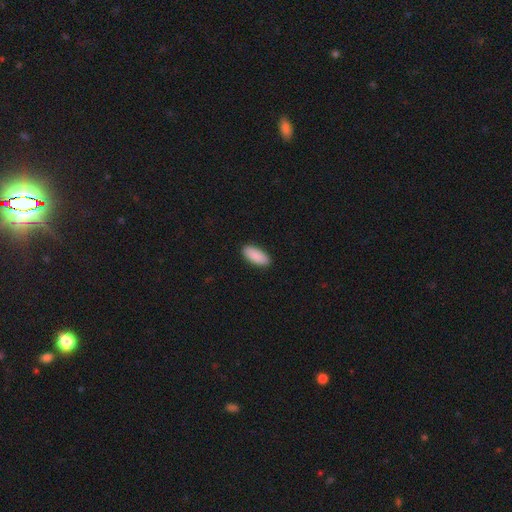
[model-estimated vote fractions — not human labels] A smooth galaxy with no disk features (91%) that is in between round and cigar-shaped (88%). Merging: none (90%).